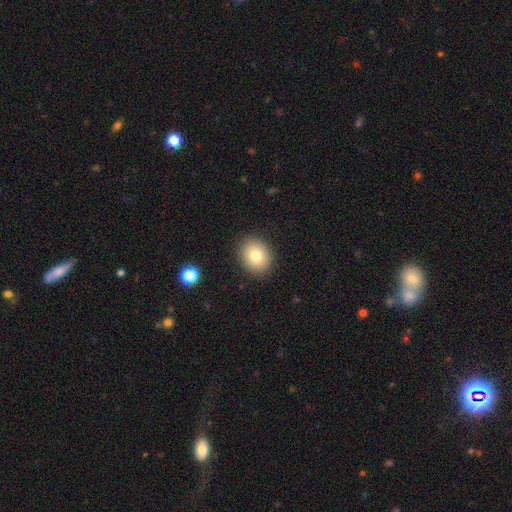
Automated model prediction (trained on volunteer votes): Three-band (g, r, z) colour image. It shows a smooth galaxy with no disk features (81%) that is round (54%). Merging: none (89%).